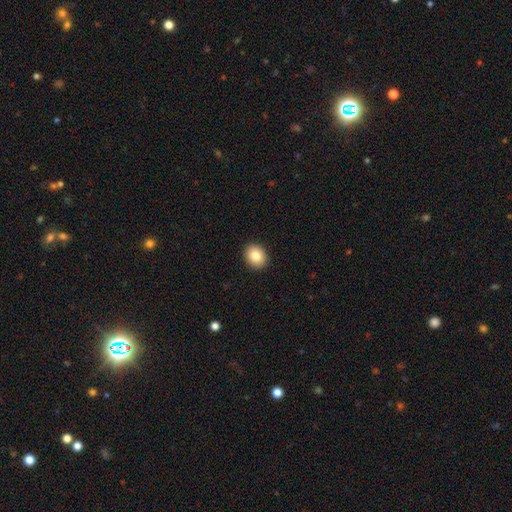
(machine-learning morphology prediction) Q: Smooth or featured?
A: smooth (84%); runner-up: star or artifact (9%)
Q: How rounded?
A: round (57%); runner-up: in between (42%)
Q: Merging?
A: none (91%); runner-up: minor disturbance (6%)